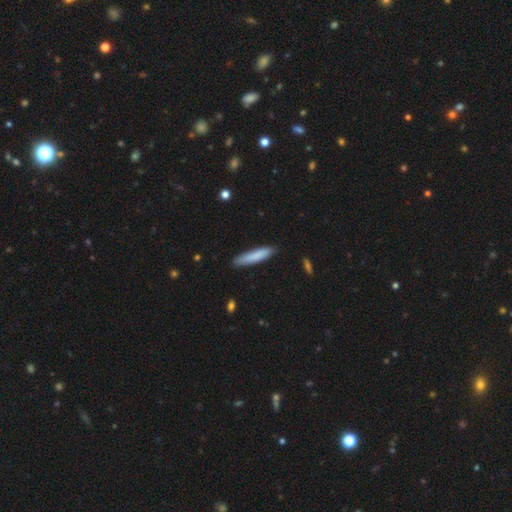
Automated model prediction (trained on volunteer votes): A smooth galaxy with no disk features (83%) that is cigar-shaped (86%). Merging: none (86%).